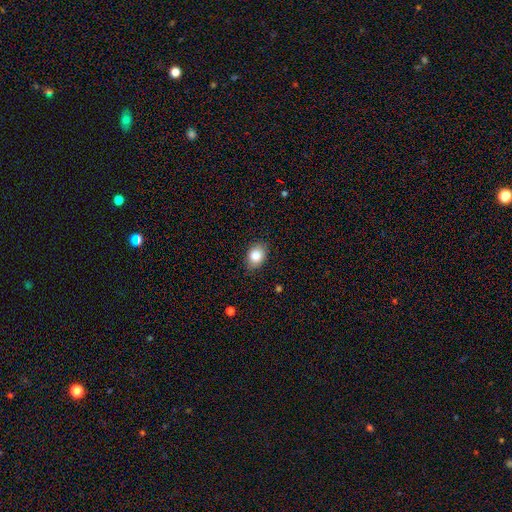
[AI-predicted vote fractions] This is clearly a smooth galaxy (85%). How rounded: likely in between (70%). Merging: clearly none (84%).